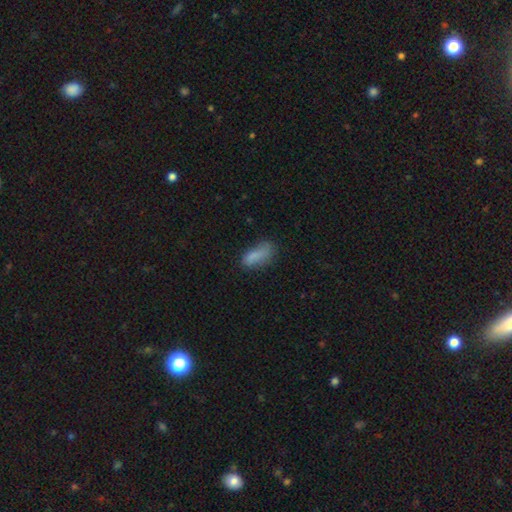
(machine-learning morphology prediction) smooth 79%, featured or disk 12%, star or artifact 9%. Down the decision tree: how rounded — in between (75%); merging — none (51%).